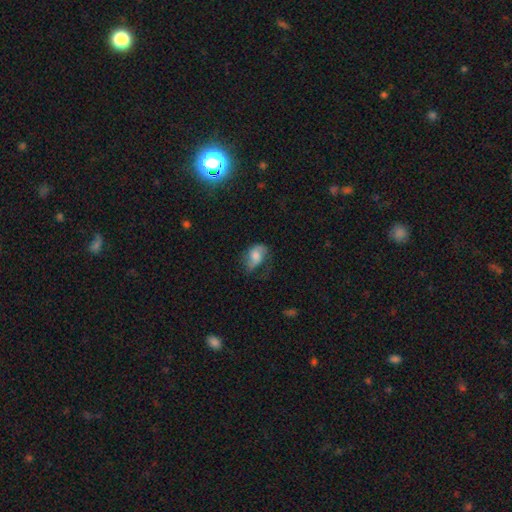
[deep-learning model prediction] Smooth or featured?
  - smooth: 59% *
  - featured or disk: 32%
  - star or artifact: 9%
How rounded?
  - in between: 80% *
  - round: 19%
  - cigar-shaped: 2%
Merging?
  - none: 39% *
  - major disturbance: 30%
  - minor disturbance: 30%
  - merger: 2%